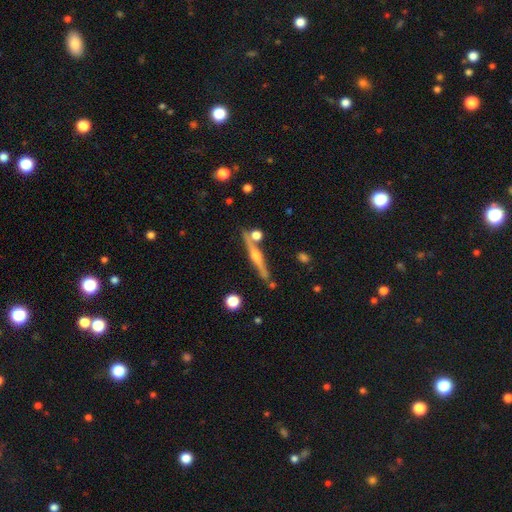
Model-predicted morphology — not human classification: Q: Smooth or featured?
A: featured or disk (77%); runner-up: smooth (16%)
Q: Edge-on disk?
A: yes (97%); runner-up: no (3%)
Q: Edge-on bulge?
A: rounded (89%); runner-up: none (6%)
Q: Merging?
A: none (80%); runner-up: minor disturbance (10%)